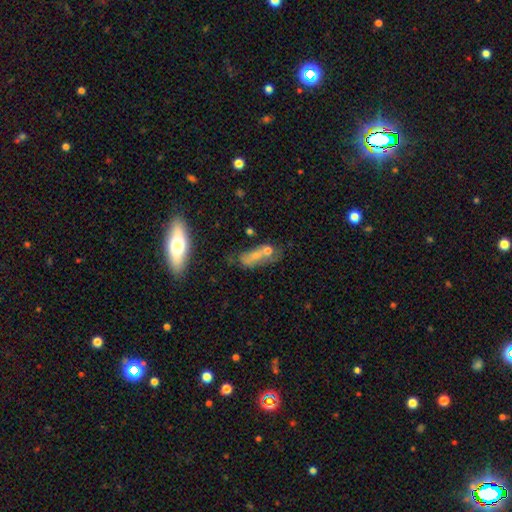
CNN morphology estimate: Smooth or featured? smooth (57%)
How rounded? in between (68%)
Merging? merger (44%)